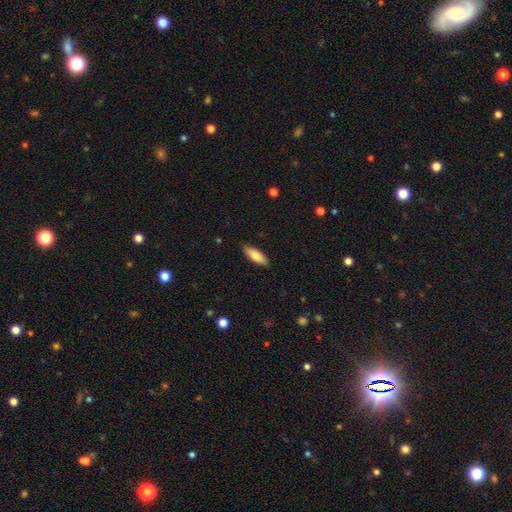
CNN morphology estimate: Q: Smooth or featured?
A: smooth (81%); runner-up: featured or disk (14%)
Q: How rounded?
A: in between (55%); runner-up: cigar-shaped (44%)
Q: Merging?
A: none (88%); runner-up: minor disturbance (9%)